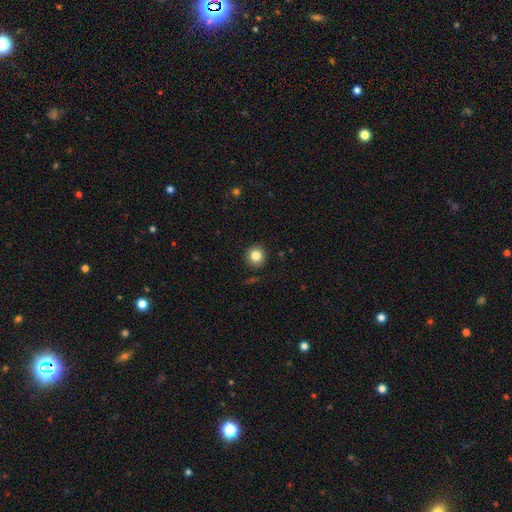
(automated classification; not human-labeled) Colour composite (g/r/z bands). It shows a smooth galaxy with no disk features (83%) that is round (93%). Merging: none (90%).